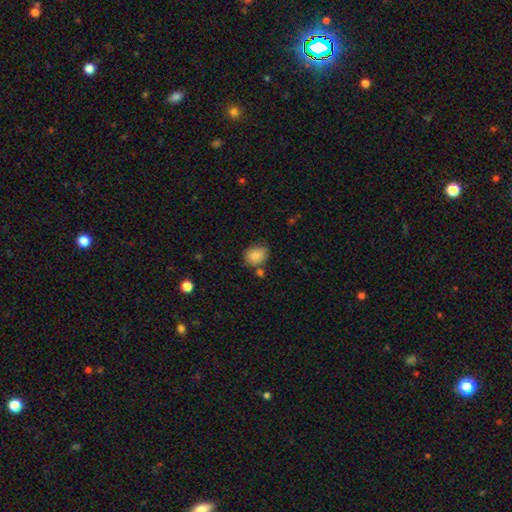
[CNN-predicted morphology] Q: Smooth or featured?
A: smooth (85%); runner-up: star or artifact (8%)
Q: How rounded?
A: in between (55%); runner-up: round (44%)
Q: Merging?
A: none (61%); runner-up: minor disturbance (24%)